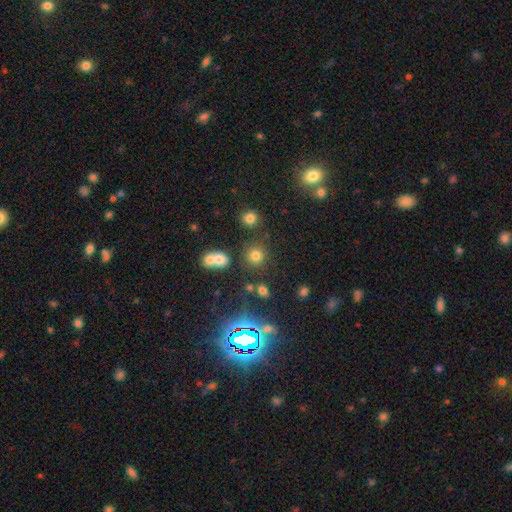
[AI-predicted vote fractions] A smooth galaxy with no disk features (71%) that is round (89%). Merging: none (77%).